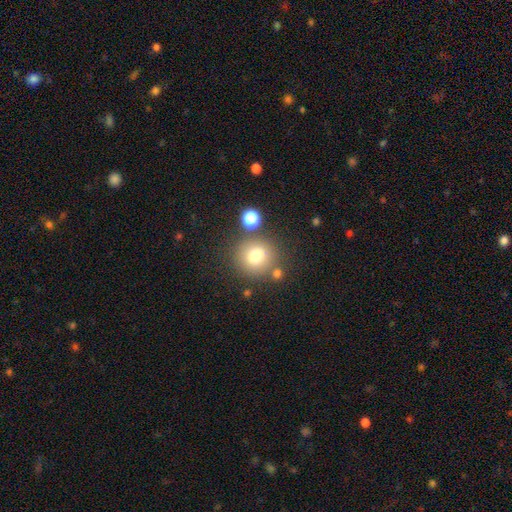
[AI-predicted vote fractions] smooth-or-featured: smooth: 75% | star or artifact: 13% | featured or disk: 12%
  how-rounded: round: 90% | in between: 10% | cigar-shaped: 1%
  merging: none: 75% | minor disturbance: 11% | merger: 10% | major disturbance: 4%